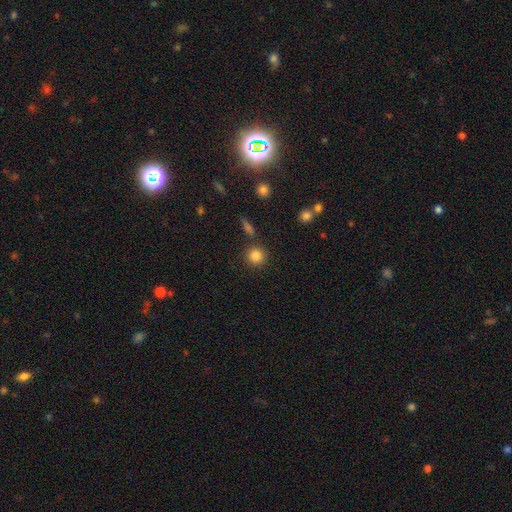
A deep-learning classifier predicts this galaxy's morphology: A smooth galaxy with no disk features (84%) that is round (91%). Merging: none (83%).